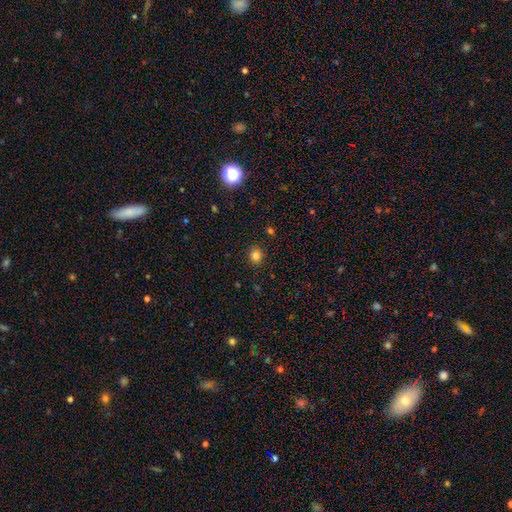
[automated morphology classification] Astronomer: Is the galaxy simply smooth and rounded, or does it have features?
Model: smooth — 82%.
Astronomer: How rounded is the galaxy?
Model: round — 81%.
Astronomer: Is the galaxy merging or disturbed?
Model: none — 89%.